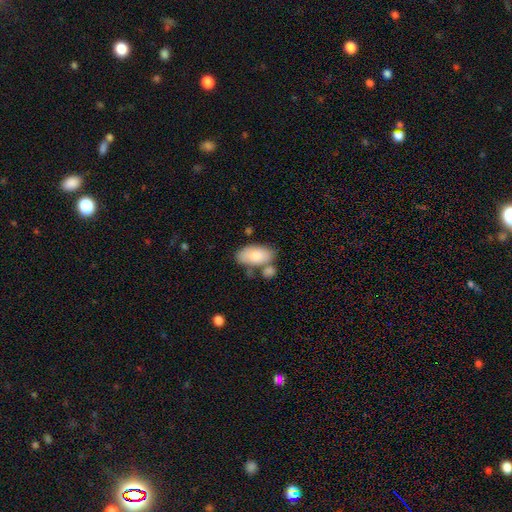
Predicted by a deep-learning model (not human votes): Smooth or featured? smooth (79%)
How rounded? in between (94%)
Merging? none (55%)